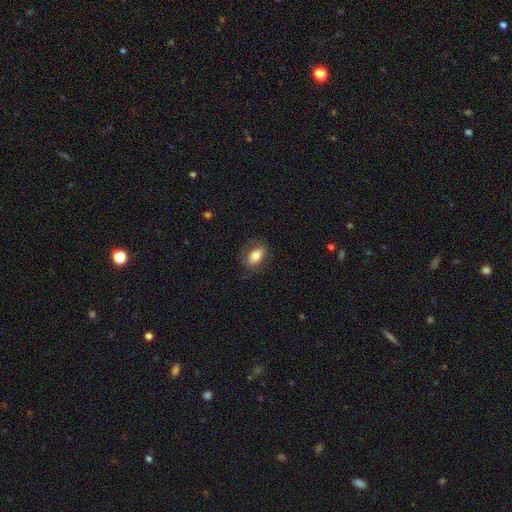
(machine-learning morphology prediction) smooth-or-featured: smooth: 72% | featured or disk: 20% | star or artifact: 8%
  how-rounded: in between: 85% | round: 12% | cigar-shaped: 3%
  merging: none: 71% | minor disturbance: 18% | major disturbance: 9% | merger: 1%